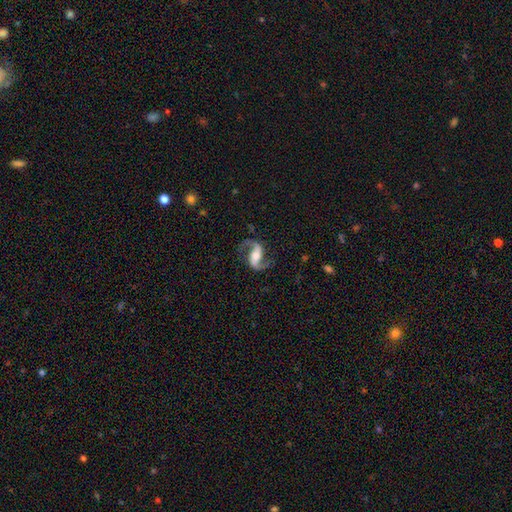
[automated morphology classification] The model was most divided on "bar": strong: 41%, weak: 35%, no: 24%. More confident: spiral arms — yes (97%); edge-on disk — no (97%); spiral arm count — 2 (94%); smooth or featured — featured or disk (90%); merging — none (79%); spiral winding — loose (55%); bulge size — moderate (51%).